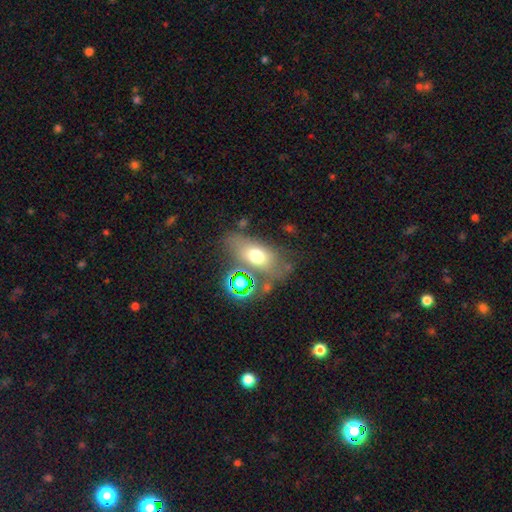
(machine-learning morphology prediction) This appears to be a smooth galaxy with no disk features (60%) that is in between round and cigar-shaped (77%). Merging: none (59%).